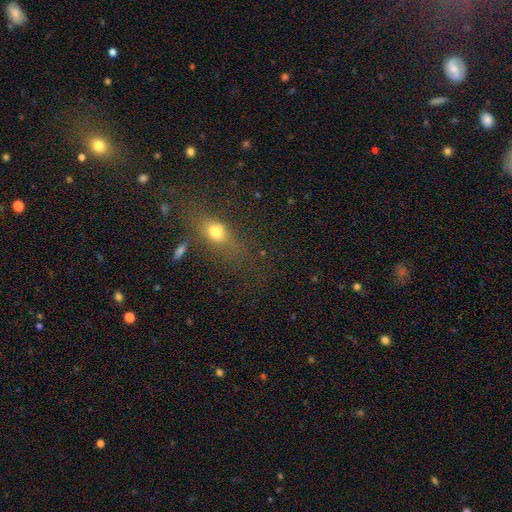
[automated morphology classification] Smooth or featured?
  - smooth: 50% *
  - star or artifact: 33%
  - featured or disk: 17%
Merging?
  - none: 73% *
  - minor disturbance: 14%
  - major disturbance: 8%
  - merger: 5%